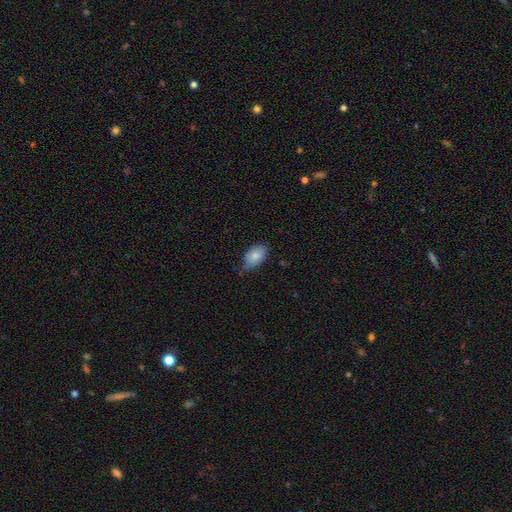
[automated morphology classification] Smooth or featured?
  - smooth: 83% *
  - featured or disk: 10%
  - star or artifact: 7%
How rounded?
  - in between: 92% *
  - round: 6%
  - cigar-shaped: 2%
Merging?
  - none: 64% *
  - minor disturbance: 30%
  - major disturbance: 5%
  - merger: 2%